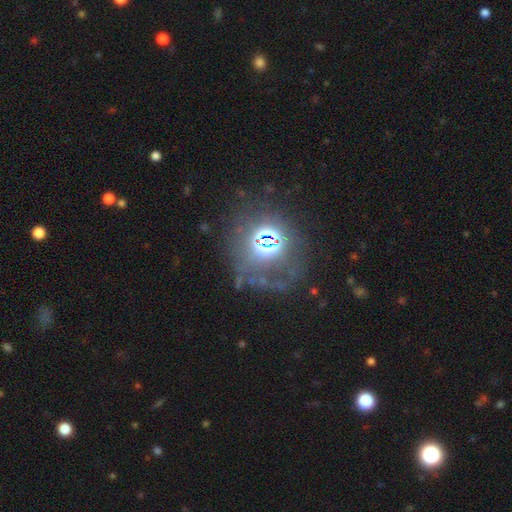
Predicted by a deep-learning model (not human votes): A star or artifact, not a galaxy (38%).

Vote fractions:
- Smooth or featured? star or artifact: 38% / smooth: 32% / featured or disk: 29%